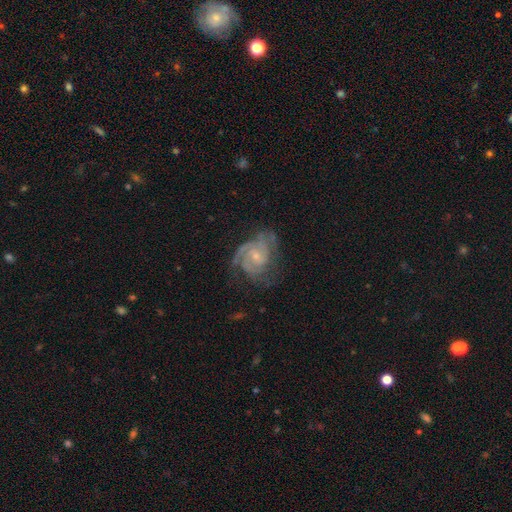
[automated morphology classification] Q: Smooth or featured?
A: featured or disk (85%); runner-up: smooth (9%)
Q: Edge-on disk?
A: no (98%); runner-up: yes (2%)
Q: Bar?
A: no (64%); runner-up: weak (31%)
Q: Spiral arms?
A: yes (95%); runner-up: no (5%)
Q: Spiral winding?
A: tight (53%); runner-up: medium (38%)
Q: Spiral arm count?
A: 2 (36%); runner-up: 3 (29%)
Q: Bulge size?
A: small (67%); runner-up: moderate (28%)
Q: Merging?
A: none (58%); runner-up: minor disturbance (23%)